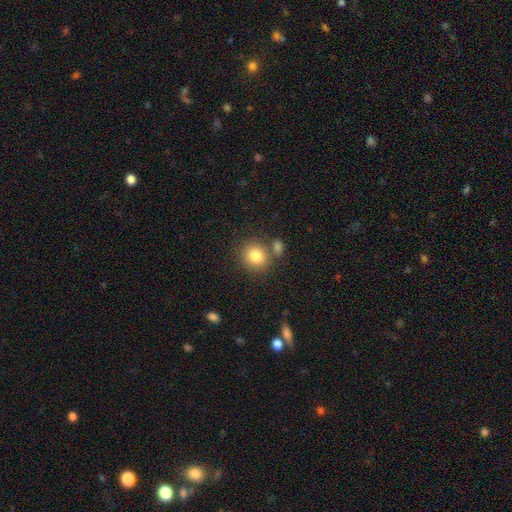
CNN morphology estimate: type=smooth (83%); roundness=round (79%); merging=none (69%).